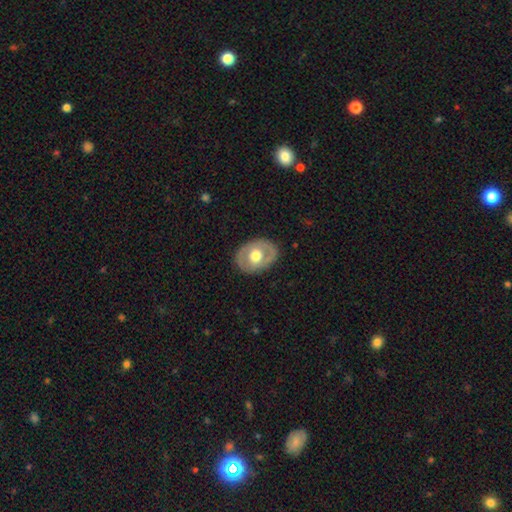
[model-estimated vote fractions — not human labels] Smooth or featured? featured or disk (48%)
Merging? none (82%)